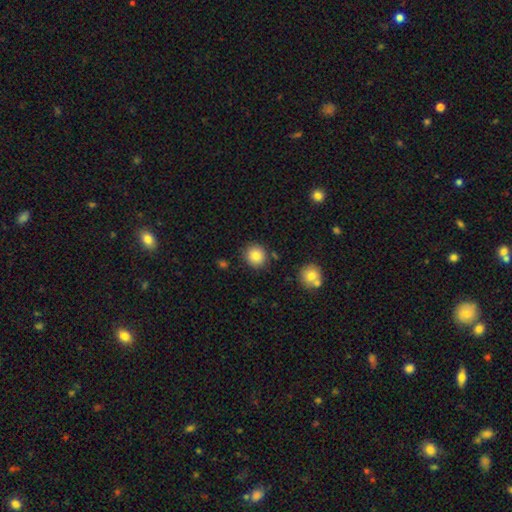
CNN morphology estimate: The model was most divided on "smooth or featured": smooth: 84%, star or artifact: 9%, featured or disk: 7%. More confident: how rounded — round (89%); merging — none (86%).